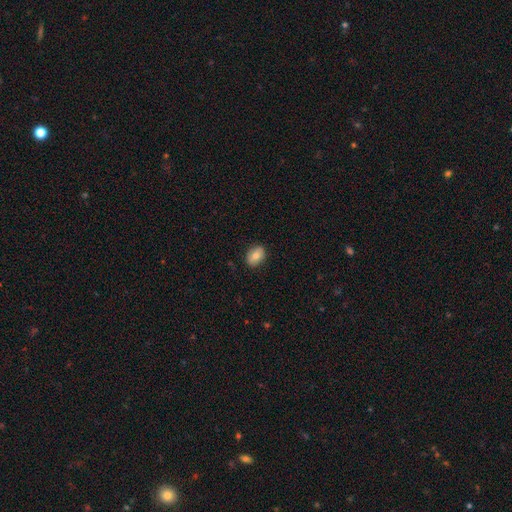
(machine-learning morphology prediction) A smooth galaxy with no disk features (77%) that is in between round and cigar-shaped (75%). Merging: none (87%).